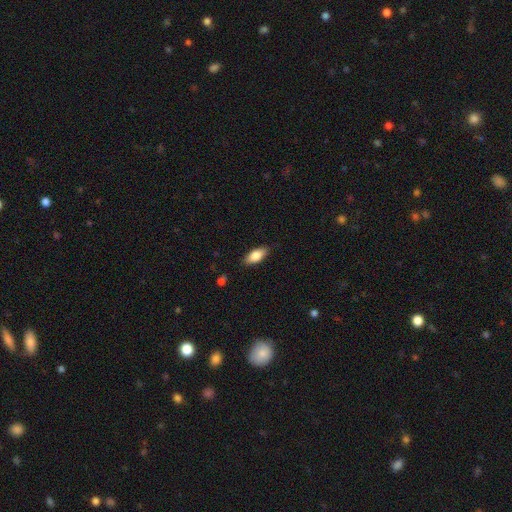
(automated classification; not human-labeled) Smooth or featured? smooth (80%)
How rounded? in between (85%)
Merging? none (84%)